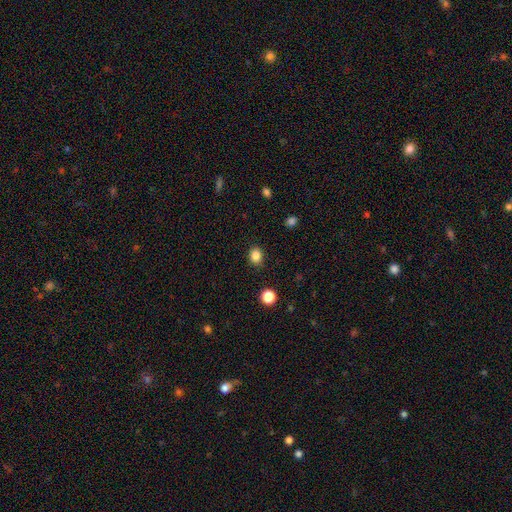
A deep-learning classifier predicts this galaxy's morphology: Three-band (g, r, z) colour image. It shows a smooth galaxy with no disk features (85%) that is round (55%). Merging: none (87%).